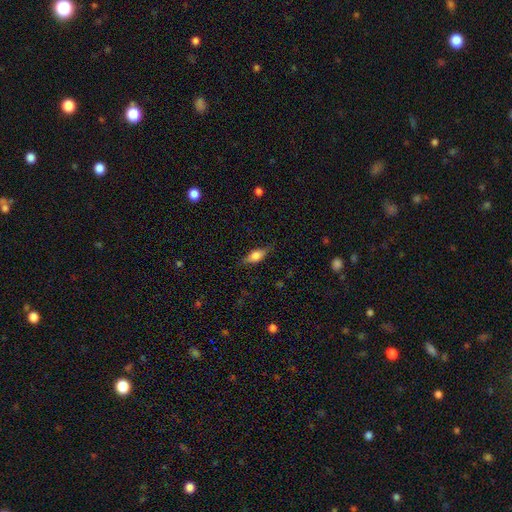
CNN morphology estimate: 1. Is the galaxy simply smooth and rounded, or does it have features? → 63% smooth, 30% featured or disk, 8% star or artifact.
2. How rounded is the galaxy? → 72% in between, 23% cigar-shaped, 5% round.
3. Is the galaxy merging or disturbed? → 78% none, 17% minor disturbance, 4% major disturbance, 1% merger.